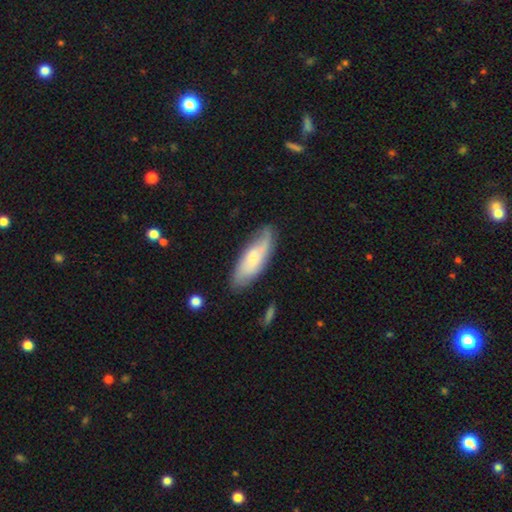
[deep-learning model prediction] Morphology: type=smooth (51%); roundness=in between (57%); merging=none (75%).